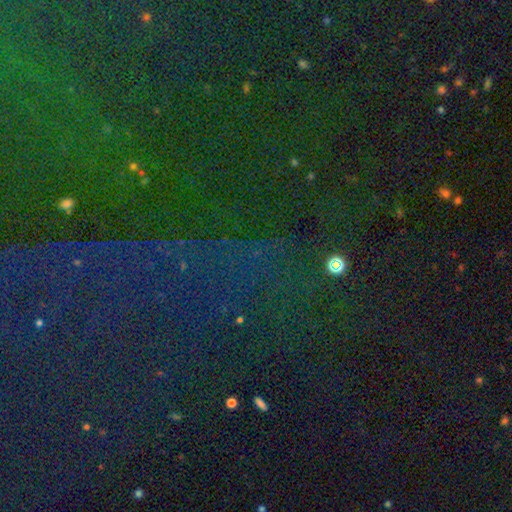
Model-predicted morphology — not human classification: Smooth or featured: star or artifact — 85% (smooth — 8%)